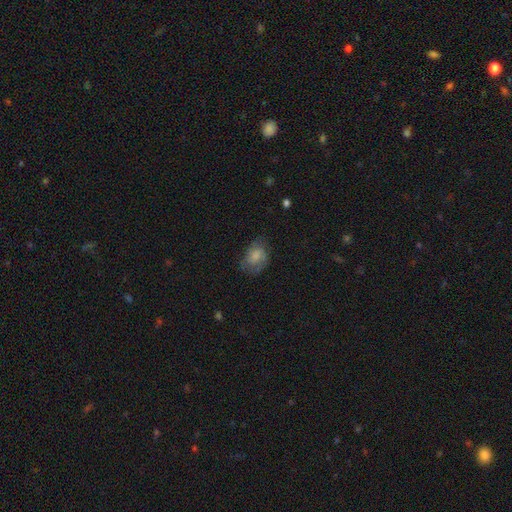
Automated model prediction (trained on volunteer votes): A smooth galaxy with no disk features (63%) that is in between round and cigar-shaped (76%). Merging: none (56%).